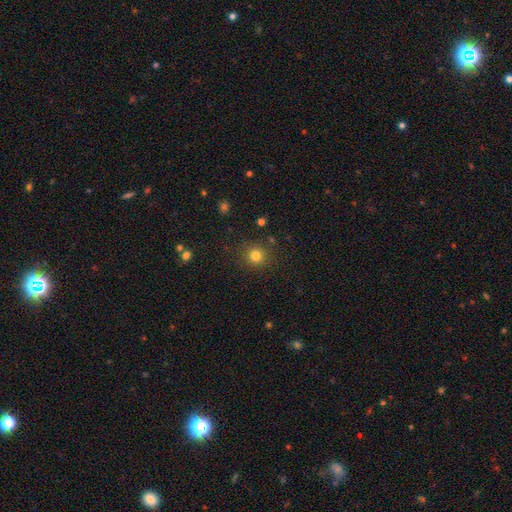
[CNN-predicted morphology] This appears to be a smooth galaxy with no disk features (80%) that is round (93%). Merging: none (88%).